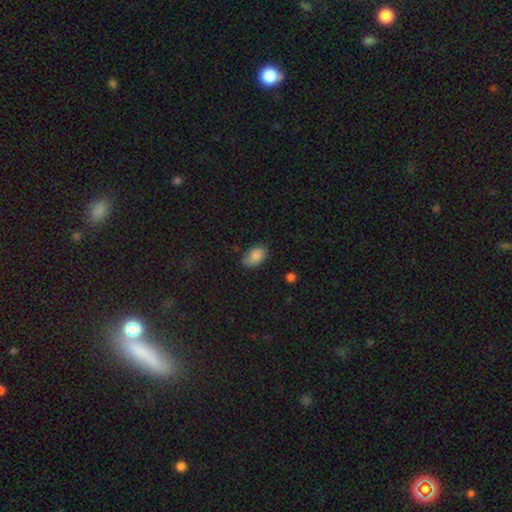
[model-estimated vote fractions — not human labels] A smooth galaxy with no disk features (85%) that is in between round and cigar-shaped (90%). Merging: none (65%).